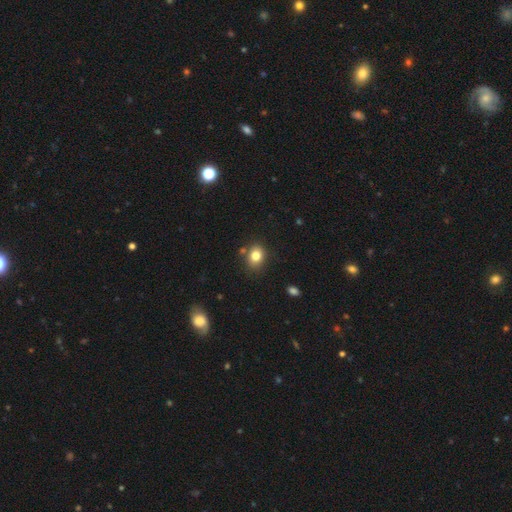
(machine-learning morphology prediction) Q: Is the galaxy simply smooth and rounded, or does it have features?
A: smooth — 81%.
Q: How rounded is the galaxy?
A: in between — 50%.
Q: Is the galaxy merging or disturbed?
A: none — 78%.